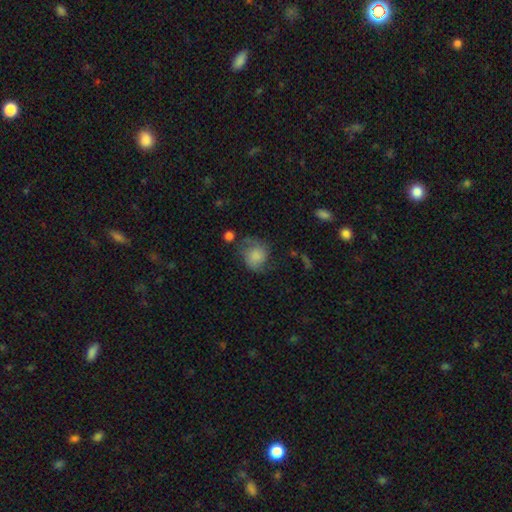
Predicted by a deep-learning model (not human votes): smooth 64%, featured or disk 27%, star or artifact 9%. Down the decision tree: how rounded — round (72%); merging — none (49%).